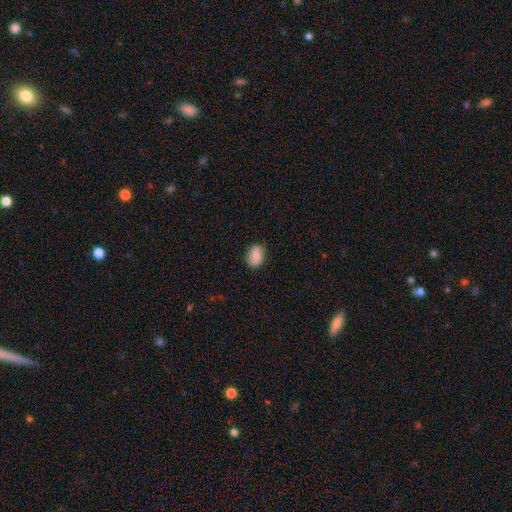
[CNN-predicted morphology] Smooth or featured?
  - smooth: 76% *
  - featured or disk: 16%
  - star or artifact: 8%
How rounded?
  - in between: 74% *
  - round: 25%
  - cigar-shaped: 2%
Merging?
  - none: 79% *
  - minor disturbance: 16%
  - major disturbance: 3%
  - merger: 1%